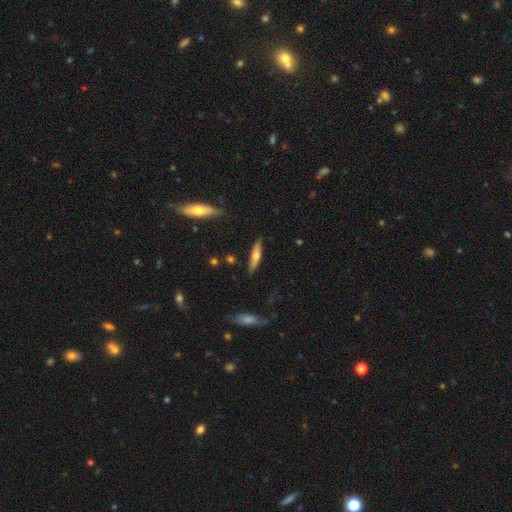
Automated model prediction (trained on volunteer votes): Smooth or featured? Predicted: smooth (p=0.56). How rounded? Predicted: cigar-shaped (p=0.77). Merging? Predicted: none (p=0.84).